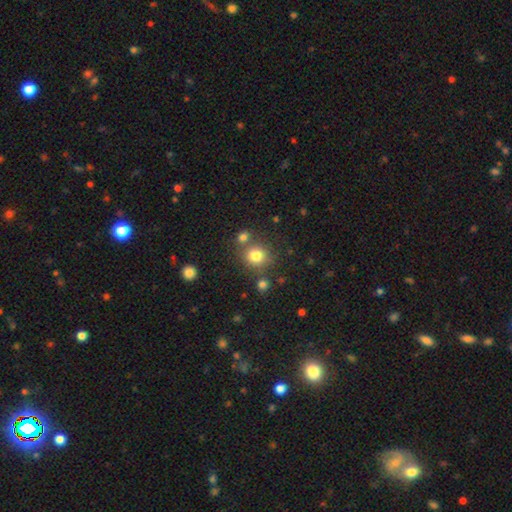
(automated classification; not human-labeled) Smooth or featured: smooth — 80% (star or artifact — 13%)
How rounded: round — 87% (in between — 13%)
Merging: none — 70% (merger — 16%)